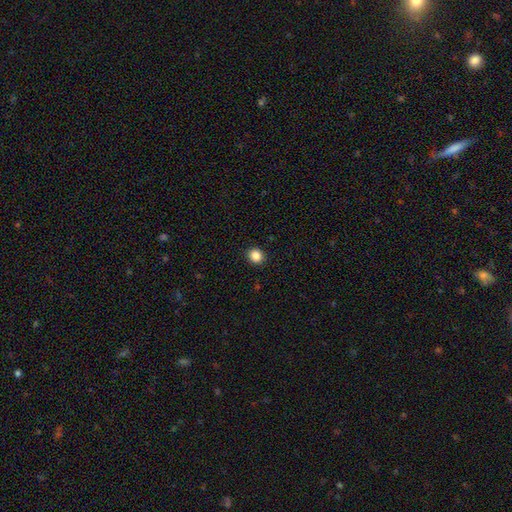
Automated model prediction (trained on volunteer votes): A smooth galaxy with no disk features (86%) that is round (80%).

Vote fractions:
- Smooth or featured? smooth: 86% / star or artifact: 11% / featured or disk: 3%
- How rounded? round: 80% / in between: 19% / cigar-shaped: 1%
- Merging? none: 92% / minor disturbance: 5% / major disturbance: 2% / merger: 1%